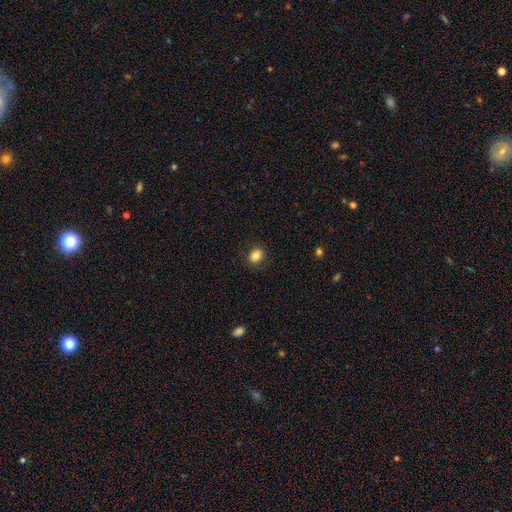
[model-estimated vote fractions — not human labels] smooth 84%, star or artifact 10%, featured or disk 6%. Down the decision tree: how rounded — in between (56%); merging — none (87%).